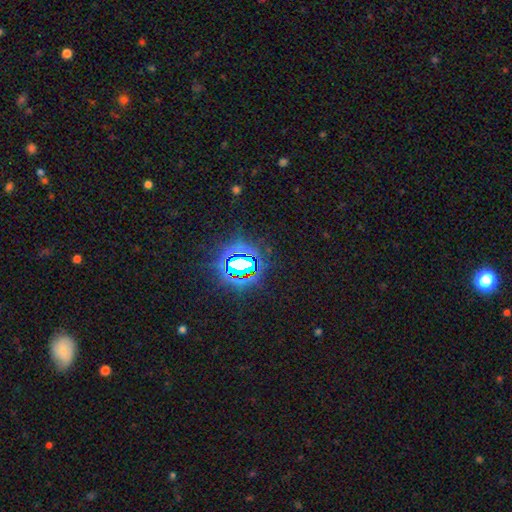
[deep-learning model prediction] A star or artifact, not a galaxy (82%).